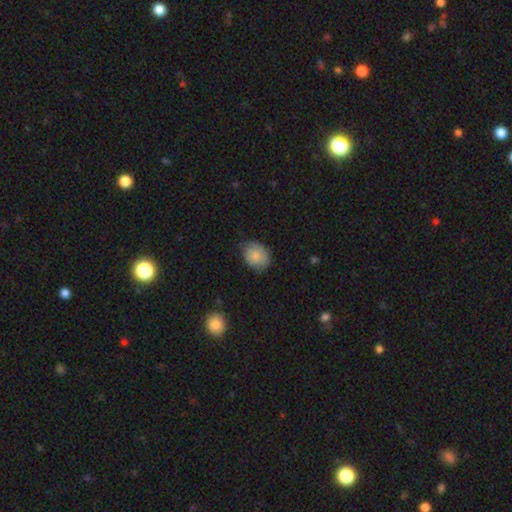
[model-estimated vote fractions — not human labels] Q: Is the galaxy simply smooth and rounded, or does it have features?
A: smooth — 80%.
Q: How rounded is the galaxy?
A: in between — 60%.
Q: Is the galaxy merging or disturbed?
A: none — 72%.